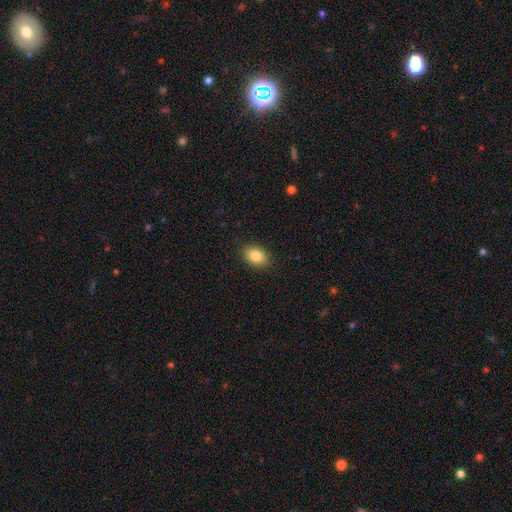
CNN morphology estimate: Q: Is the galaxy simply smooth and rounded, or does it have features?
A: smooth — 85%.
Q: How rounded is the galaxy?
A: in between — 76%.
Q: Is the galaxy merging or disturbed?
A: none — 88%.